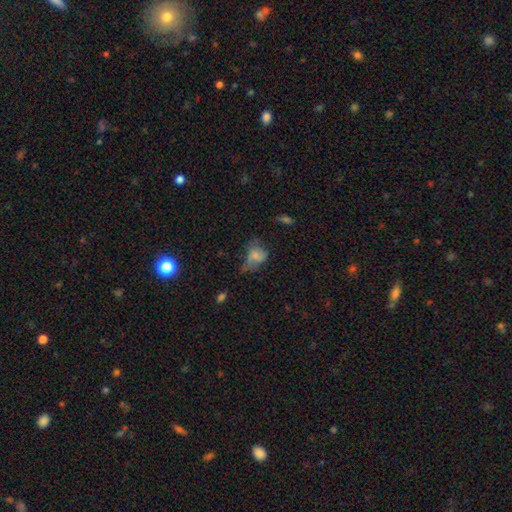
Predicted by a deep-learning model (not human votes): Smooth or featured: smooth — 66% (featured or disk — 21%)
How rounded: in between — 63% (round — 35%)
Merging: major disturbance — 37% (minor disturbance — 31%)